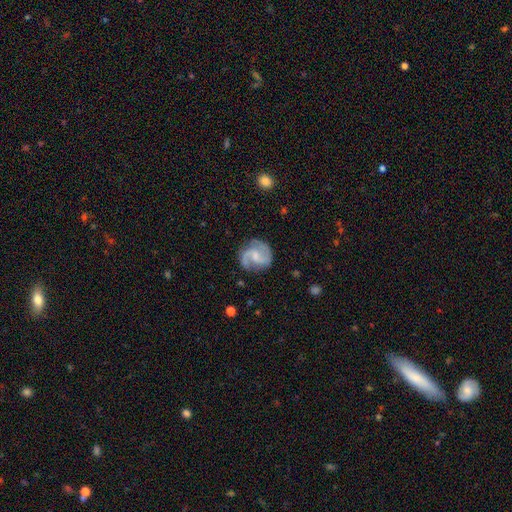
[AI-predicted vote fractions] smooth_or_featured: featured or disk (p=0.84) [alt: smooth p=0.11]
disk_edge_on: no (p=0.98) [alt: yes p=0.02]
bar: weak (p=0.50) [alt: no p=0.39]
has_spiral_arms: yes (p=0.96) [alt: no p=0.04]
spiral_winding: medium (p=0.54) [alt: loose p=0.27]
spiral_arm_count: 2 (p=0.87) [alt: can't tell p=0.04]
bulge_size: small (p=0.44) [alt: moderate p=0.28]
merging: none (p=0.73) [alt: minor disturbance p=0.17]